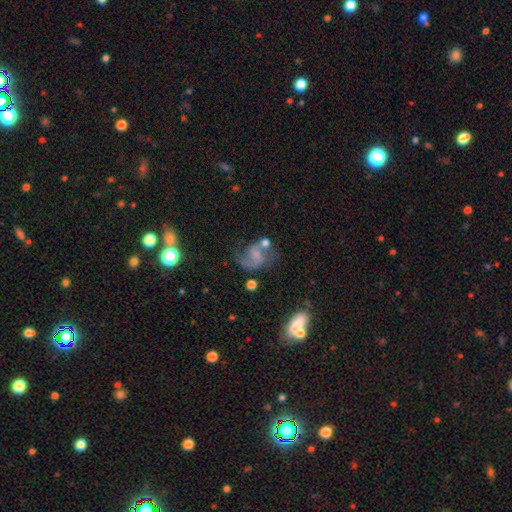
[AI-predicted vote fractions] smooth_or_featured: featured or disk (p=0.69) [alt: smooth p=0.20]
disk_edge_on: no (p=0.98) [alt: yes p=0.02]
bar: no (p=0.51) [alt: weak p=0.39]
has_spiral_arms: yes (p=0.90) [alt: no p=0.10]
spiral_winding: loose (p=0.47) [alt: medium p=0.43]
spiral_arm_count: 2 (p=0.83) [alt: 1 p=0.08]
bulge_size: none (p=0.42) [alt: small p=0.35]
merging: none (p=0.44) [alt: minor disturbance p=0.21]